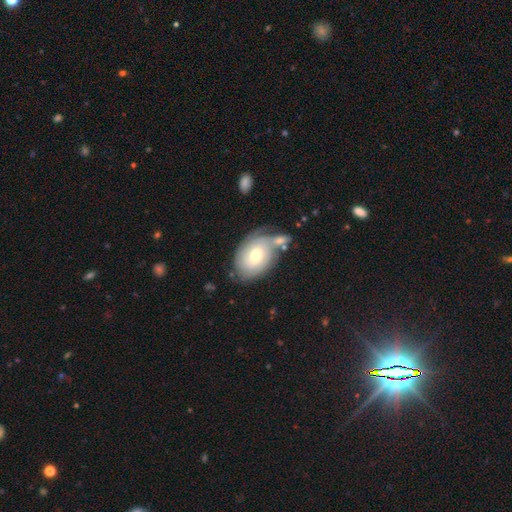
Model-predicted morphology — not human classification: featured or disk 49%, smooth 45%, star or artifact 7%. Down the decision tree: merging — none (52%).